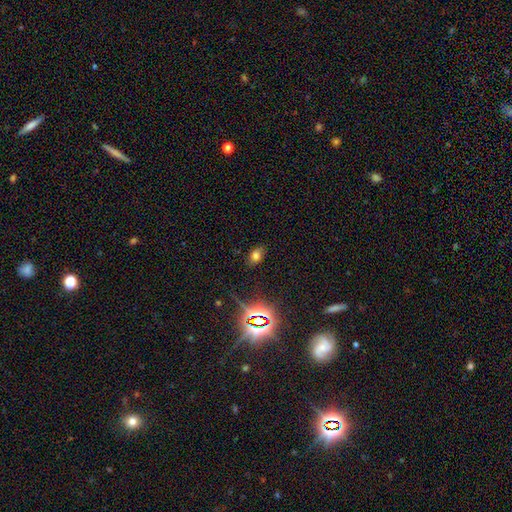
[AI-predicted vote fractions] smooth 66%, star or artifact 24%, featured or disk 10%. Down the decision tree: how rounded — in between (84%); merging — none (81%).